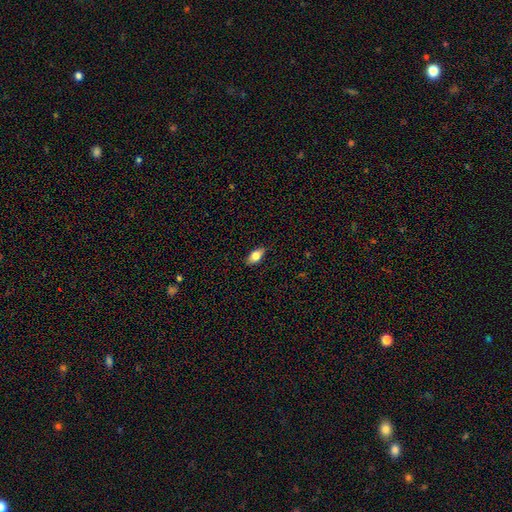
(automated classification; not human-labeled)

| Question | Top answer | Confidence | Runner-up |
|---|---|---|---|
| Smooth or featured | smooth | 74% | featured or disk (18%) |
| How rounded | in between | 87% | cigar-shaped (8%) |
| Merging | none | 83% | minor disturbance (14%) |